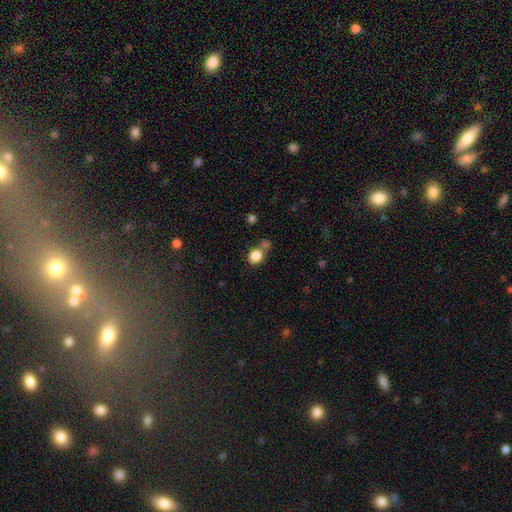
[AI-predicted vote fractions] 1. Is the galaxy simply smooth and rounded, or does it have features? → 85% smooth, 10% star or artifact, 5% featured or disk.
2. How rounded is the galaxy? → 55% round, 44% in between, 1% cigar-shaped.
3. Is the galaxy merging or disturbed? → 57% none, 23% merger, 14% minor disturbance, 5% major disturbance.